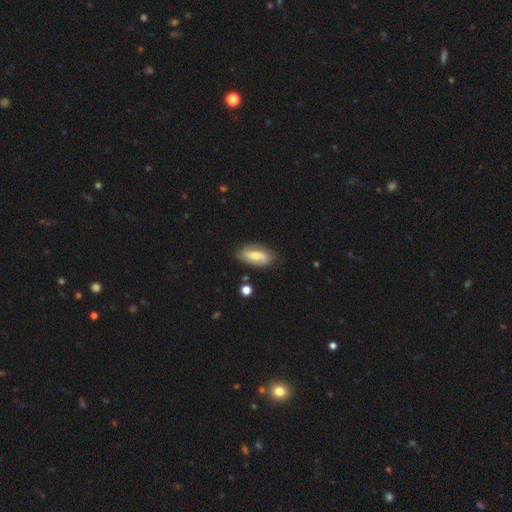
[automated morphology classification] Overall: featured or disk (56%; smooth 38%). Edge-on disk: no (88%). Merging: none (81%).